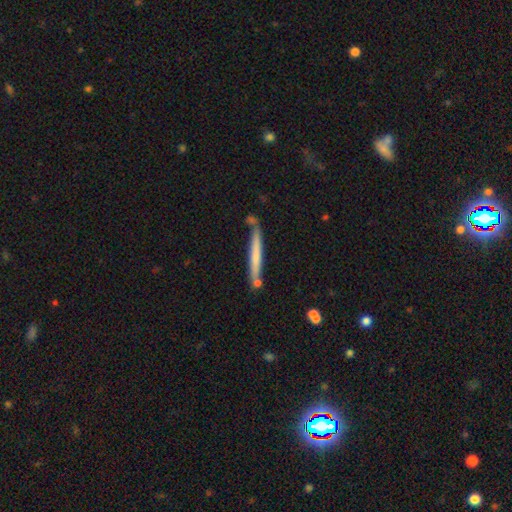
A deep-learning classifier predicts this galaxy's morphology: The model was most divided on "smooth or featured": smooth: 57%, featured or disk: 37%, star or artifact: 6%. More confident: how rounded — cigar-shaped (96%); merging — none (72%).